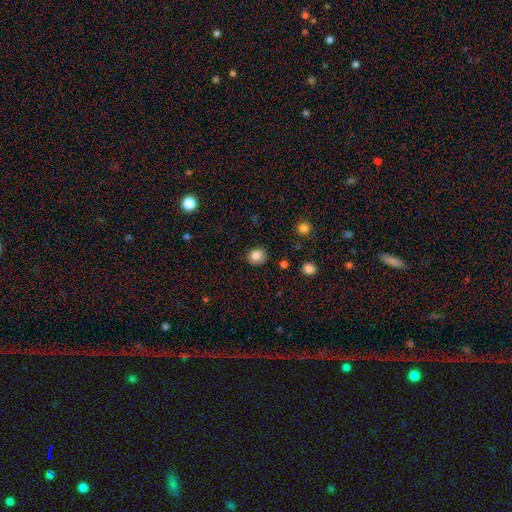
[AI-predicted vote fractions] Morphology: type=smooth (83%); roundness=round (73%); merging=none (81%).